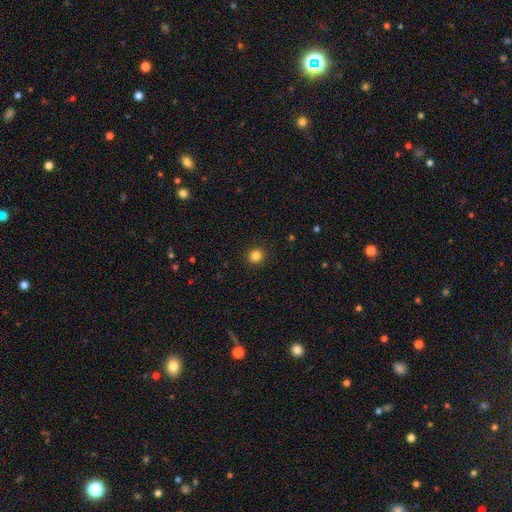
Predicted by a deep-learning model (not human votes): smooth 84%, star or artifact 12%, featured or disk 4%. Down the decision tree: how rounded — round (90%); merging — none (92%).